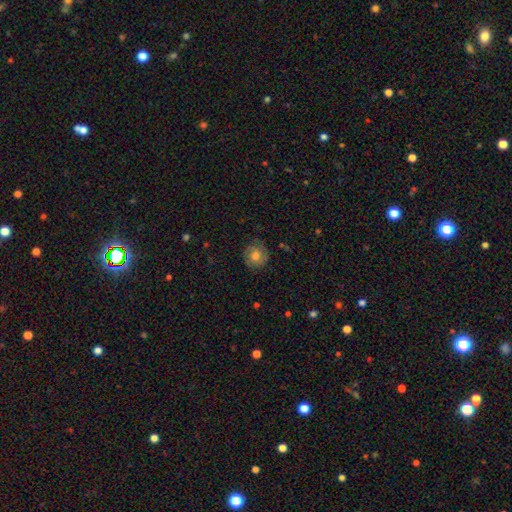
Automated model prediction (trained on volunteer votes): Smooth or featured?
  - smooth: 62% *
  - featured or disk: 28%
  - star or artifact: 9%
How rounded?
  - round: 88% *
  - in between: 11%
  - cigar-shaped: 1%
Merging?
  - none: 79% *
  - minor disturbance: 15%
  - major disturbance: 4%
  - merger: 1%